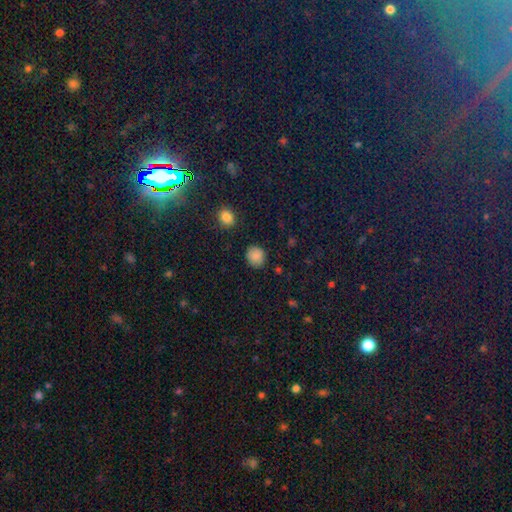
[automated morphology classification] smooth-or-featured: smooth: 87% | star or artifact: 9% | featured or disk: 4%
  how-rounded: round: 77% | in between: 22% | cigar-shaped: 1%
  merging: none: 87% | minor disturbance: 9% | major disturbance: 3% | merger: 2%